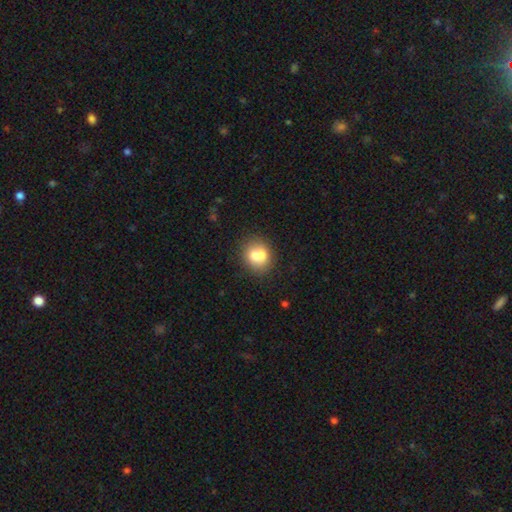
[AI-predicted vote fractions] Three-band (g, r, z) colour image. It shows a smooth galaxy with no disk features (70%) that is round (78%). Merging: none (50%).